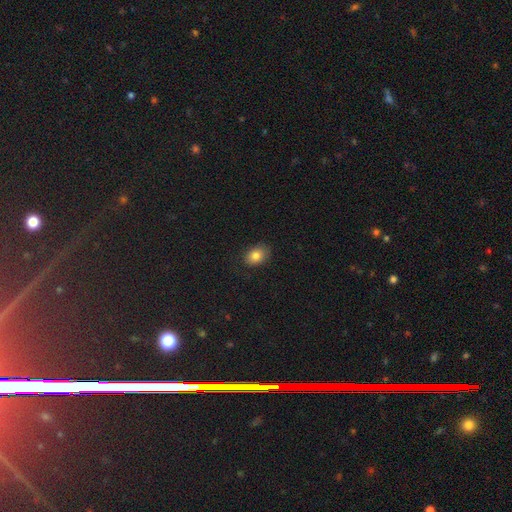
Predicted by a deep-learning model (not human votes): Smooth or featured?
  - smooth: 82% *
  - star or artifact: 10%
  - featured or disk: 9%
How rounded?
  - in between: 74% *
  - round: 25%
  - cigar-shaped: 1%
Merging?
  - none: 83% *
  - minor disturbance: 13%
  - major disturbance: 3%
  - merger: 1%